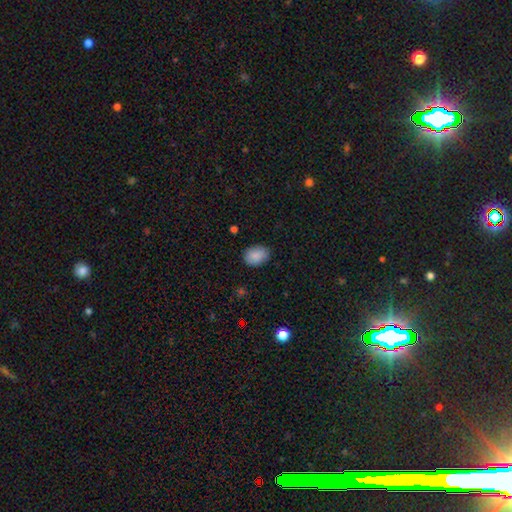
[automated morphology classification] Smooth or featured: smooth — 88% (star or artifact — 8%)
How rounded: in between — 71% (round — 28%)
Merging: none — 85% (minor disturbance — 12%)